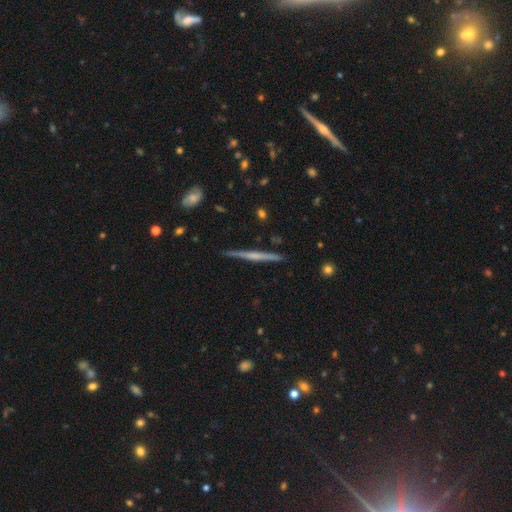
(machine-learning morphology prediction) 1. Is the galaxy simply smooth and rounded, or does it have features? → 67% featured or disk, 27% smooth, 6% star or artifact.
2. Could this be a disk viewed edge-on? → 98% yes, 2% no.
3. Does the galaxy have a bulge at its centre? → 50% none, 38% rounded, 12% boxy.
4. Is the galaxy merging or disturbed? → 90% none, 8% minor disturbance, 1% major disturbance, 1% merger.